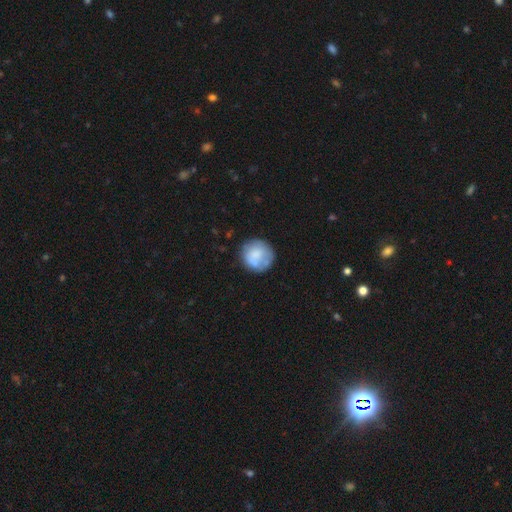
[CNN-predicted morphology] The model was most divided on "smooth or featured": smooth: 67%, featured or disk: 26%, star or artifact: 7%. More confident: how rounded — round (91%); merging — none (67%).